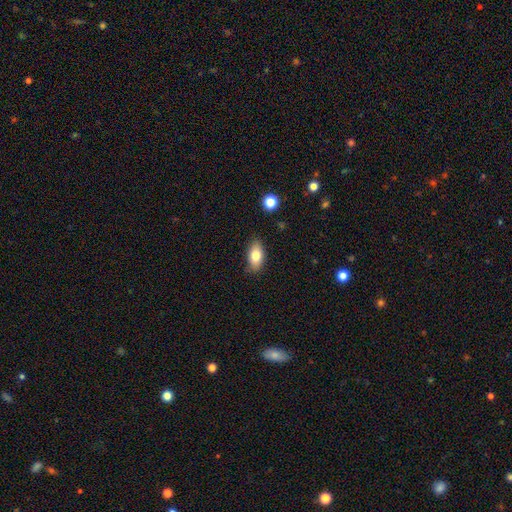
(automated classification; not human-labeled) smooth_or_featured: smooth (p=0.79) [alt: featured or disk p=0.14]
how_rounded: in between (p=0.88) [alt: cigar-shaped p=0.07]
merging: none (p=0.85) [alt: minor disturbance p=0.11]